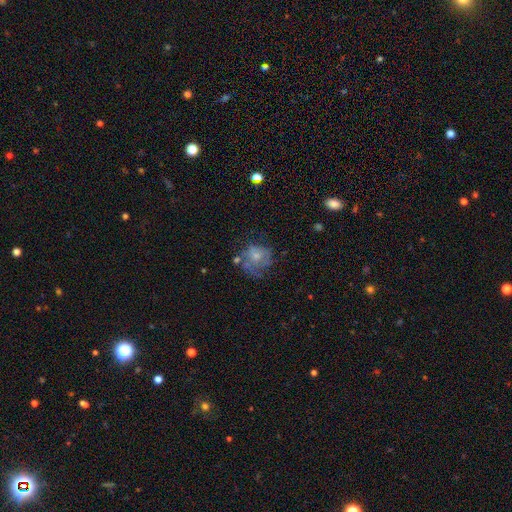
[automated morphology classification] A smooth galaxy with no disk features (46%). Merging: none (42%).